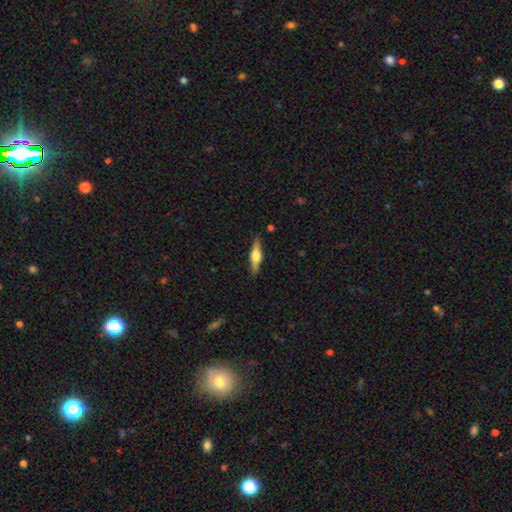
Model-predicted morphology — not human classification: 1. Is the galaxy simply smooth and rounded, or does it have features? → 61% featured or disk, 33% smooth, 6% star or artifact.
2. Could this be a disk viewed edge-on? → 96% yes, 4% no.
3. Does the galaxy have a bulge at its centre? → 91% rounded, 7% boxy, 2% none.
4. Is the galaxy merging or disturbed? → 87% none, 9% minor disturbance, 2% major disturbance, 1% merger.